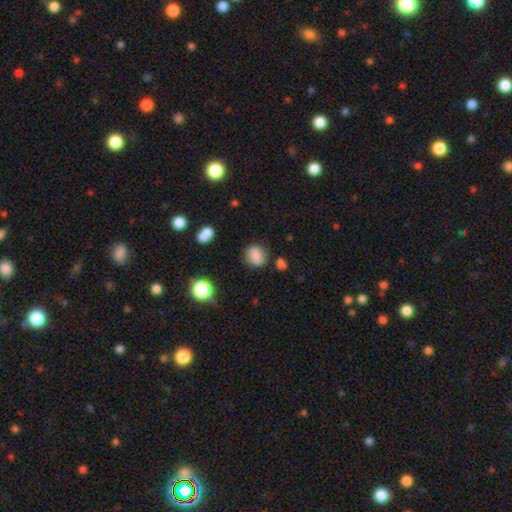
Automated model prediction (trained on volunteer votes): Overall: smooth (80%). How rounded: round (64%; in between 35%). Merging: none (73%).